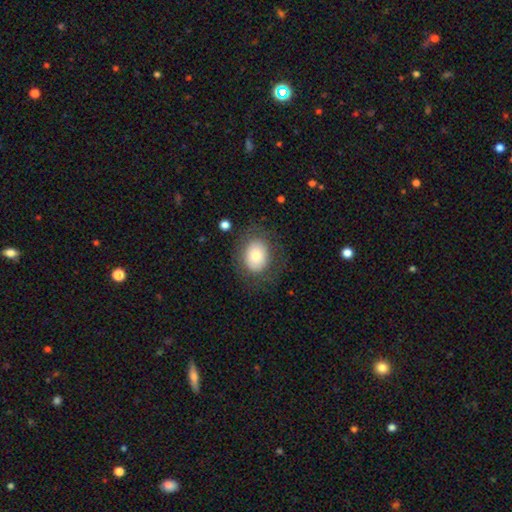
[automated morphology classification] Q: Smooth or featured?
A: smooth (75%); runner-up: featured or disk (17%)
Q: How rounded?
A: in between (60%); runner-up: round (39%)
Q: Merging?
A: none (77%); runner-up: minor disturbance (14%)